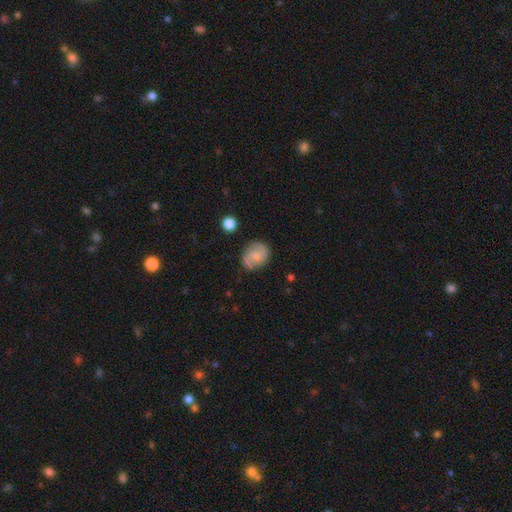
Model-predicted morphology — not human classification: Smooth or featured?
  - smooth: 46% * (tied)
  - featured or disk: 46% * (tied)
  - star or artifact: 8%
Merging?
  - none: 74% *
  - minor disturbance: 18%
  - major disturbance: 5%
  - merger: 3%